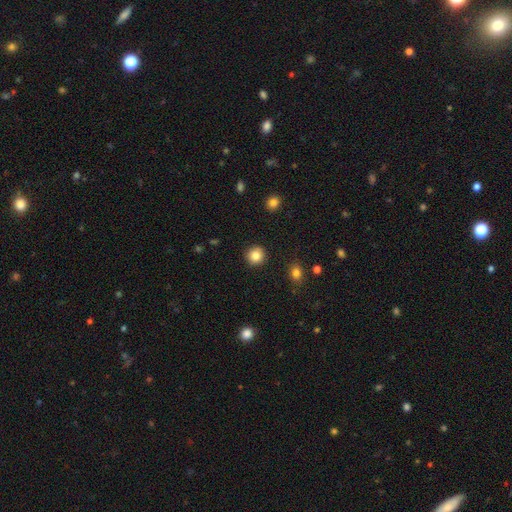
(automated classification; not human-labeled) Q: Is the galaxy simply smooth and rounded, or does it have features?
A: smooth — 85%.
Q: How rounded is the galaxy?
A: round — 93%.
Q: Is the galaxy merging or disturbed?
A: none — 92%.